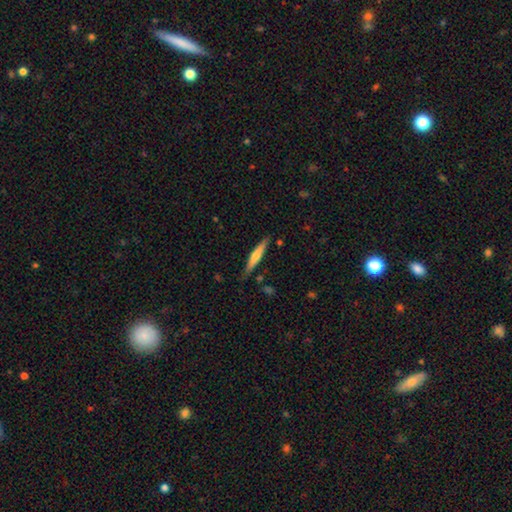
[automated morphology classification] Smooth or featured: smooth — 48% (featured or disk — 46%)
Merging: none — 84% (minor disturbance — 12%)